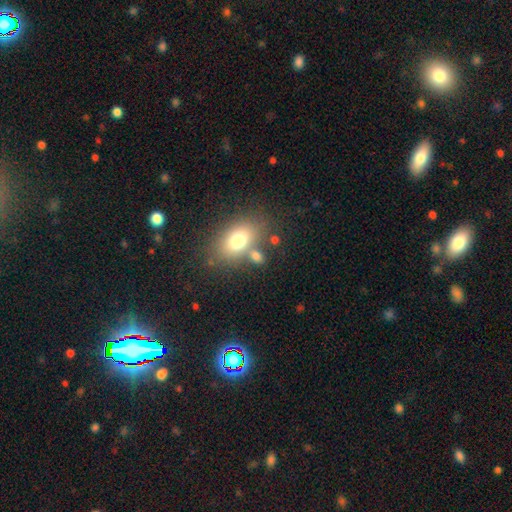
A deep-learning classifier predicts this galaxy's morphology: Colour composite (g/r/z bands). It shows a smooth galaxy with no disk features (75%) that is in between round and cigar-shaped (76%). Merging: none (61%).